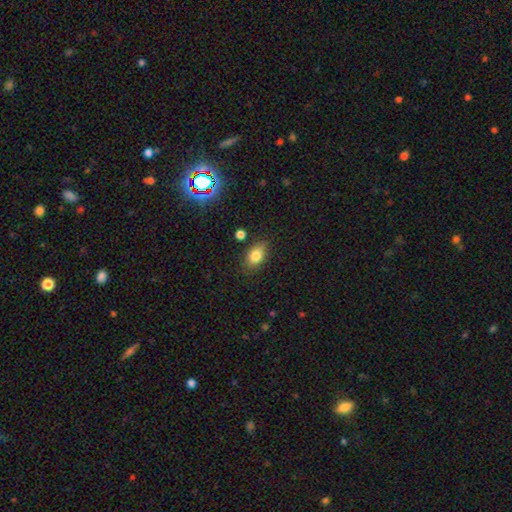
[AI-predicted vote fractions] smooth 81%, featured or disk 10%, star or artifact 9%. Down the decision tree: how rounded — in between (83%); merging — none (77%).